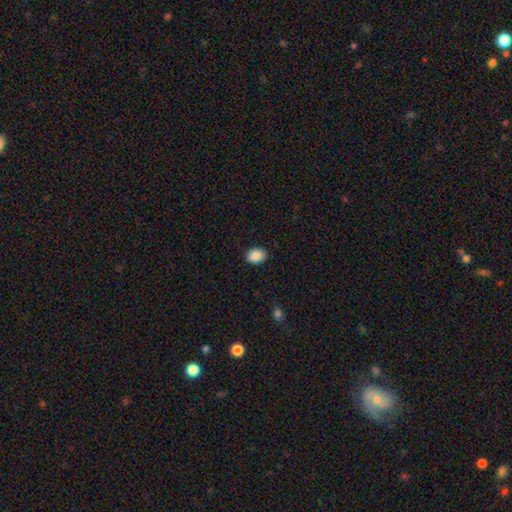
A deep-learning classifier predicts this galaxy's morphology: Q: Smooth or featured?
A: smooth (89%); runner-up: star or artifact (8%)
Q: How rounded?
A: in between (65%); runner-up: round (34%)
Q: Merging?
A: none (88%); runner-up: minor disturbance (9%)